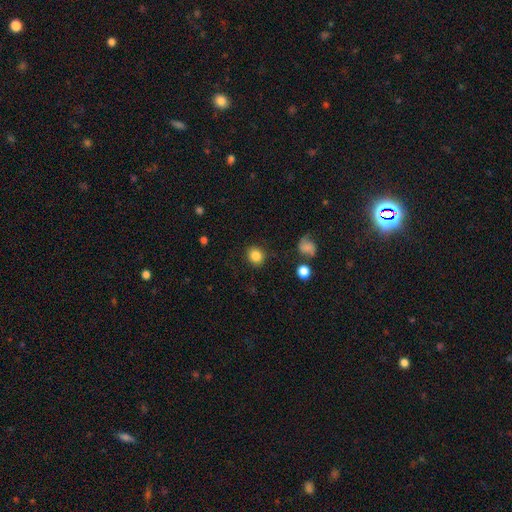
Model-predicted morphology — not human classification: Q: Smooth or featured?
A: smooth (85%); runner-up: star or artifact (10%)
Q: How rounded?
A: round (79%); runner-up: in between (20%)
Q: Merging?
A: none (87%); runner-up: minor disturbance (8%)